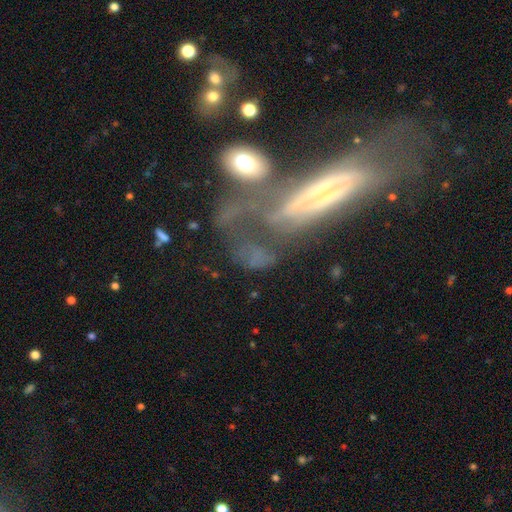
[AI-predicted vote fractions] This is possibly a featured or disk galaxy (51%). It is possibly not viewed edge-on (58%). Merging: marginally none (34%).